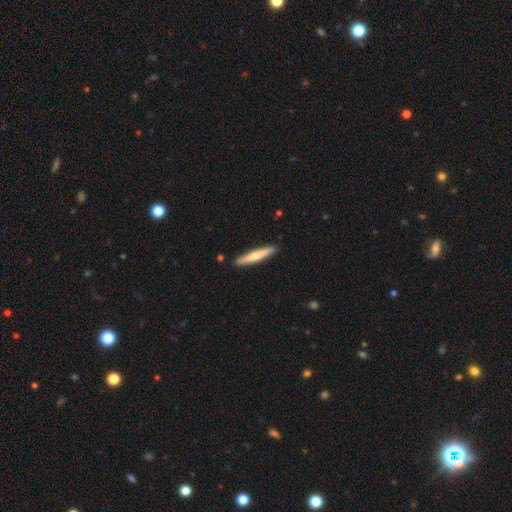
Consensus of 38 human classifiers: Q: Smooth or featured?
A: smooth (79%); runner-up: featured or disk (18%)
Q: How rounded?
A: cigar-shaped (87%); runner-up: in between (10%)
Q: Merging?
A: none (92%); runner-up: minor disturbance (8%)